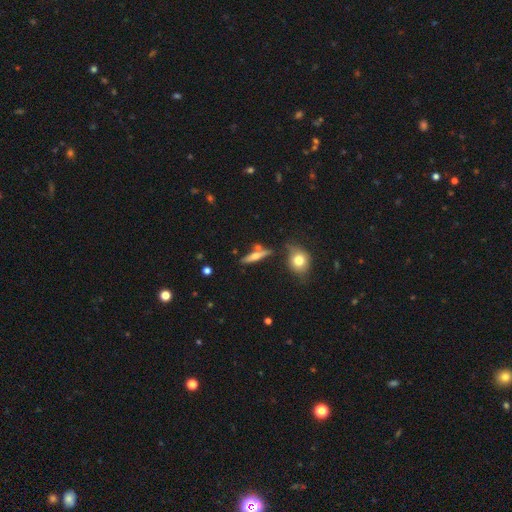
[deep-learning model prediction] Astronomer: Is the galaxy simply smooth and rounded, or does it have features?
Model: featured or disk — 48% (runner-up: smooth, 43%).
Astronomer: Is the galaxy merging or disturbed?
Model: none — 70%.